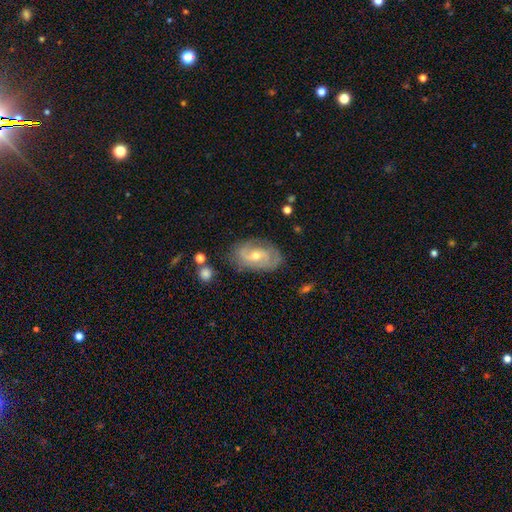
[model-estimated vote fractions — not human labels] Morphology: type=featured or disk (78%); edge-on=no (96%); bar=no (46%); spiral arms=yes (89%); winding=medium (42%); arm count=2 (67%); bulge=moderate (54%); merging=none (75%).